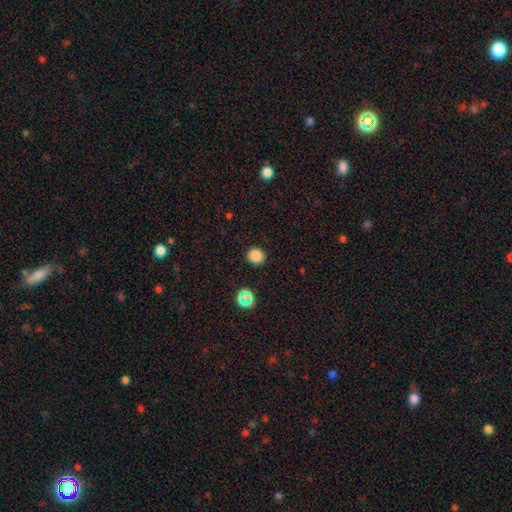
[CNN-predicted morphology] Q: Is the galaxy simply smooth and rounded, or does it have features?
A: smooth — 82%.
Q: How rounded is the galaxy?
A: round — 90%.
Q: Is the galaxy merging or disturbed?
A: none — 91%.